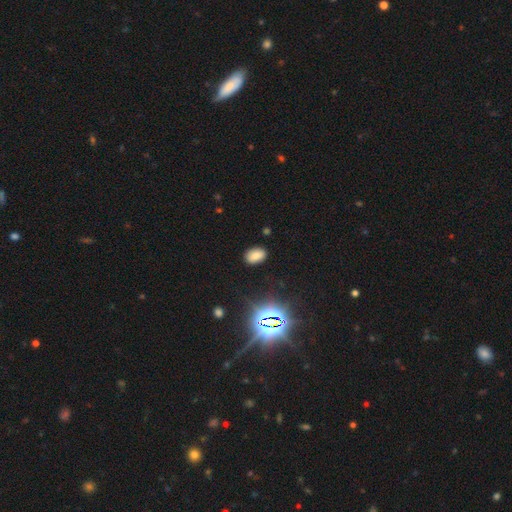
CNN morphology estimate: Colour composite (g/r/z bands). It shows a smooth galaxy with no disk features (74%) that is in between round and cigar-shaped (88%). Merging: none (87%).